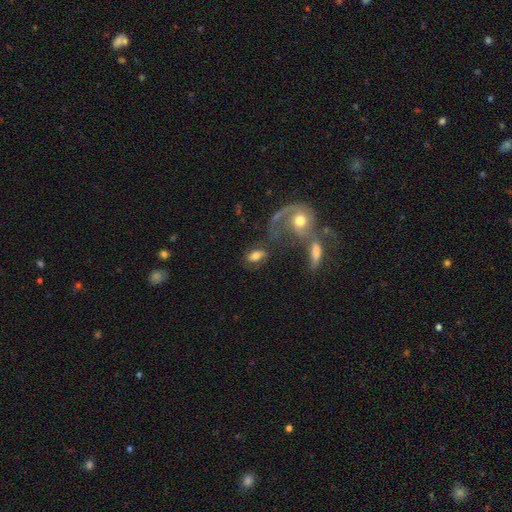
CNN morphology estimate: Overall: smooth (55%; featured or disk 36%). How rounded: in between (85%). Merging: none (51%; merger 17%).